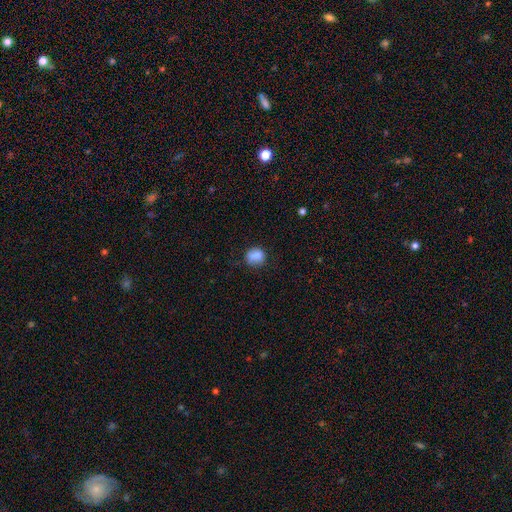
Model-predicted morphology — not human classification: Smooth or featured? Predicted: smooth (p=0.83). How rounded? Predicted: round (p=0.69). Merging? Predicted: none (p=0.65).